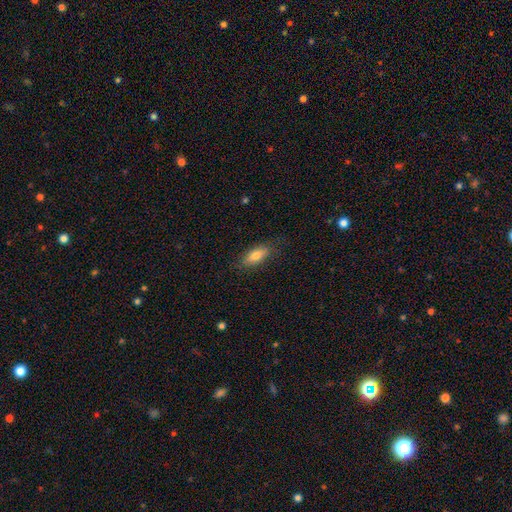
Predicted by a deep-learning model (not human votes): A smooth galaxy with no disk features (77%) that is in between round and cigar-shaped (82%).

Vote fractions:
- Smooth or featured? smooth: 77% / featured or disk: 16% / star or artifact: 7%
- How rounded? in between: 82% / cigar-shaped: 15% / round: 3%
- Merging? none: 80% / minor disturbance: 15% / major disturbance: 4% / merger: 1%